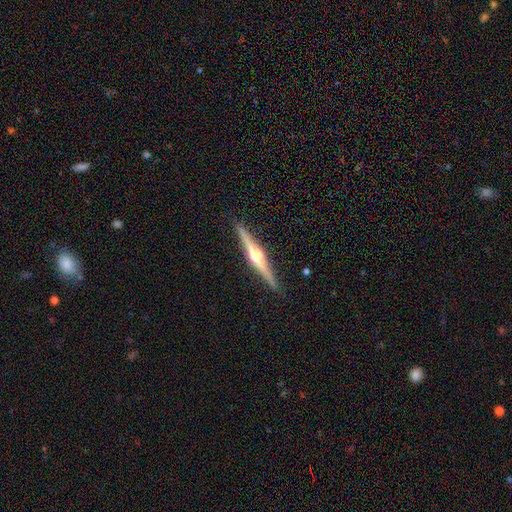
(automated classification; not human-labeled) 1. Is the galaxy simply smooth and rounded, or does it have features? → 80% featured or disk, 15% smooth, 5% star or artifact.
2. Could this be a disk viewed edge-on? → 98% yes, 2% no.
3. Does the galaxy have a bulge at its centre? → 92% rounded, 5% boxy, 3% none.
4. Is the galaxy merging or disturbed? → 91% none, 7% minor disturbance, 1% major disturbance, 1% merger.